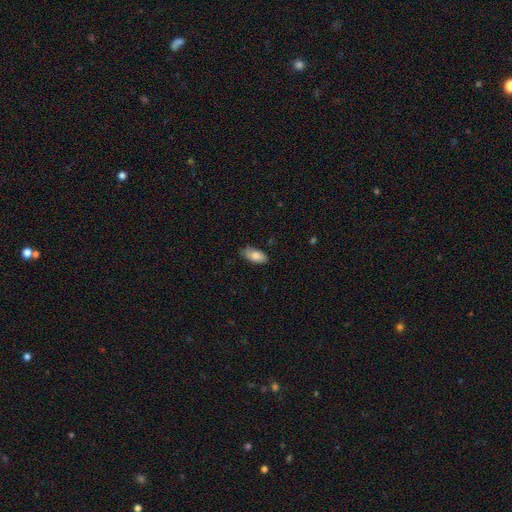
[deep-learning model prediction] Smooth or featured: smooth — 82% (featured or disk — 11%)
How rounded: in between — 91% (cigar-shaped — 6%)
Merging: none — 76% (minor disturbance — 20%)